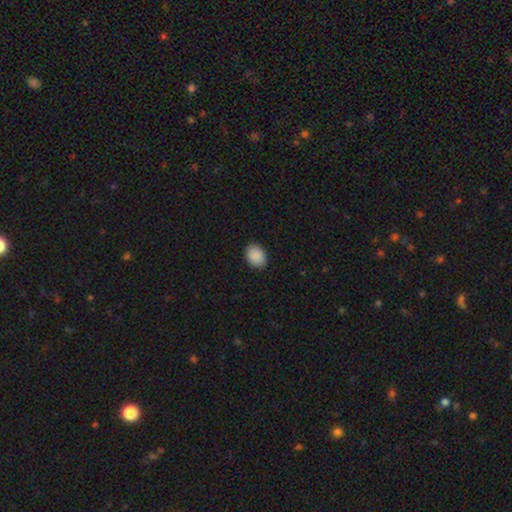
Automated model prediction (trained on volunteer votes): Smooth or featured: smooth — 90% (star or artifact — 7%)
How rounded: in between — 66% (round — 33%)
Merging: none — 89% (minor disturbance — 8%)